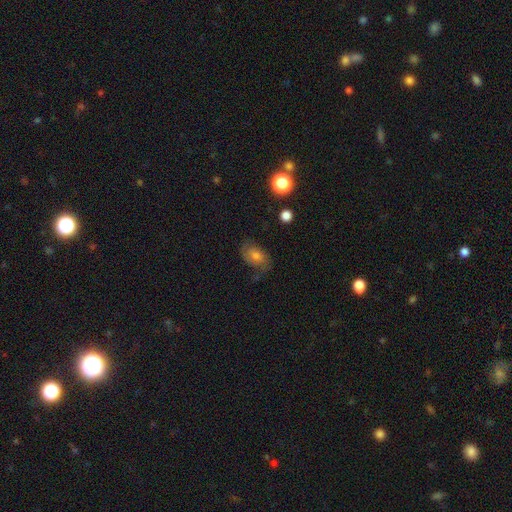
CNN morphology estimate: Overall: smooth (50%; featured or disk 38%). Merging: none (63%).